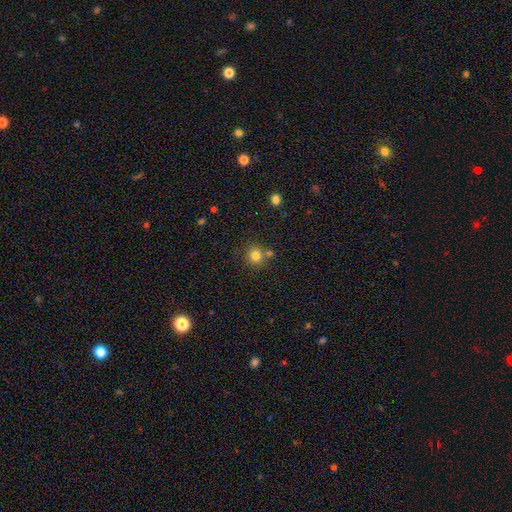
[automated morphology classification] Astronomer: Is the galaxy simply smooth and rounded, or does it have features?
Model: smooth — 80%.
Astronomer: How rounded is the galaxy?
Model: round — 90%.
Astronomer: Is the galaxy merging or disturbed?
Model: none — 68%.